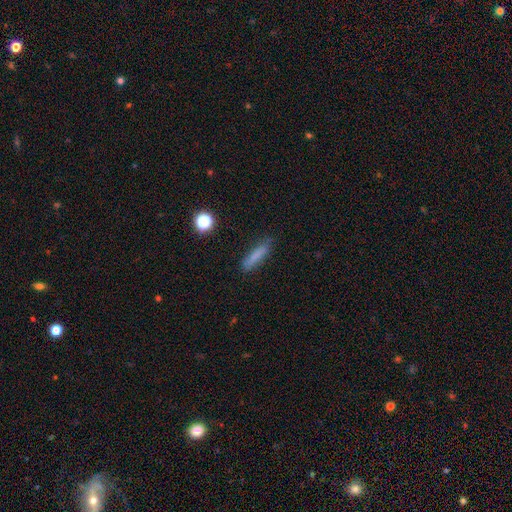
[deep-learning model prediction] A smooth galaxy with no disk features (78%) that is cigar-shaped (80%).

Vote fractions:
- Smooth or featured? smooth: 78% / featured or disk: 12% / star or artifact: 10%
- How rounded? cigar-shaped: 80% / in between: 17% / round: 2%
- Merging? none: 81% / minor disturbance: 13% / major disturbance: 3% / merger: 2%